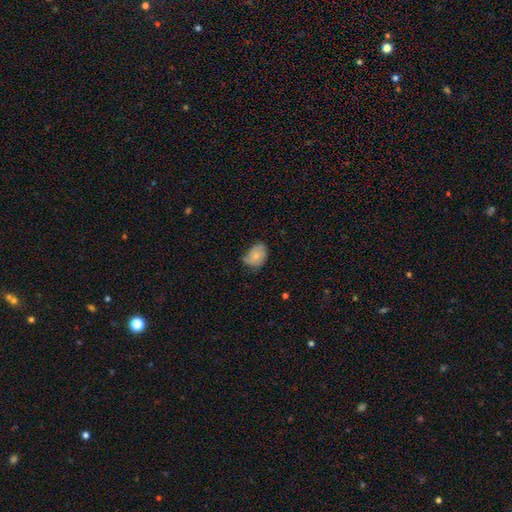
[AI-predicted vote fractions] Q: Smooth or featured?
A: smooth (62%); runner-up: featured or disk (31%)
Q: How rounded?
A: in between (72%); runner-up: round (27%)
Q: Merging?
A: none (48%); runner-up: minor disturbance (39%)